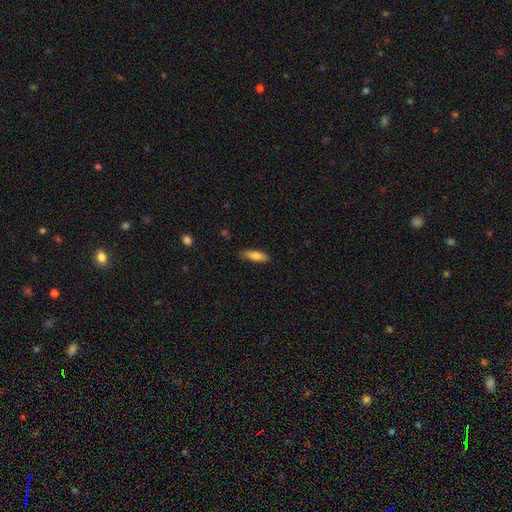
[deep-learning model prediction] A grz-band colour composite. It shows a smooth galaxy with no disk features (77%) that is cigar-shaped (49%, tied with in between). Merging: none (85%).